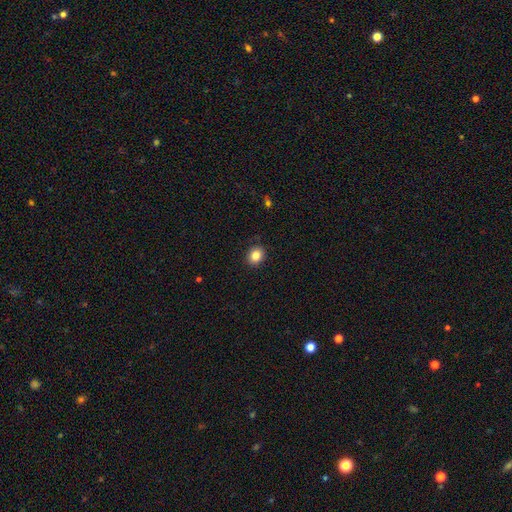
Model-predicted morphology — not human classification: smooth_or_featured: smooth (p=0.84) [alt: star or artifact p=0.10]
how_rounded: round (p=0.61) [alt: in between p=0.38]
merging: none (p=0.90) [alt: minor disturbance p=0.07]